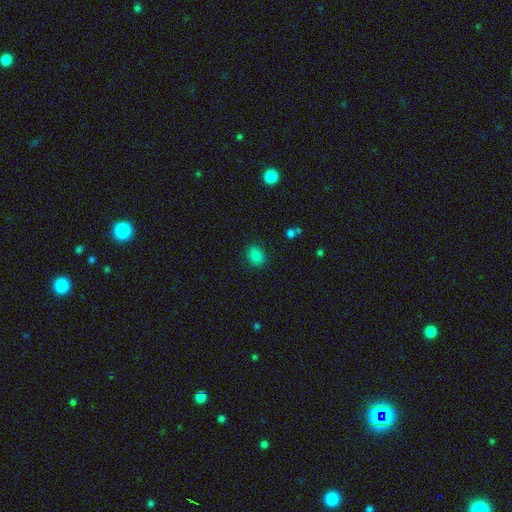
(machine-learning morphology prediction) This is clearly a smooth galaxy (84%). How rounded: likely in between (60%). Merging: clearly none (86%).